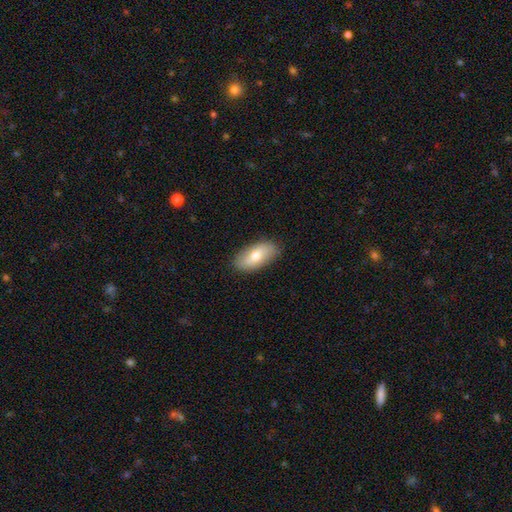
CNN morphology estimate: Smooth or featured? smooth (68%)
How rounded? in between (91%)
Merging? none (87%)